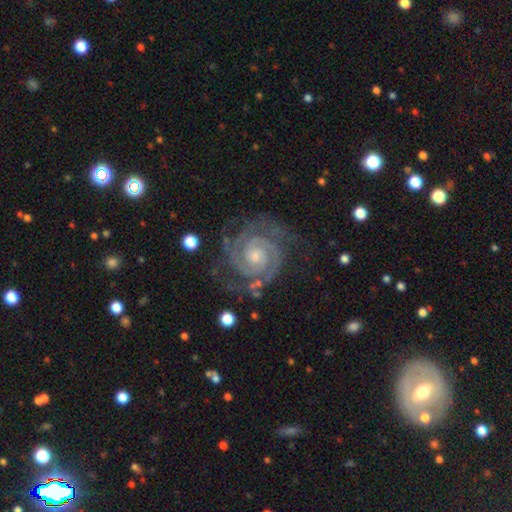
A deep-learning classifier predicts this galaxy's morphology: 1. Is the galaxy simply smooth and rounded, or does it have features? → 93% featured or disk, 4% star or artifact, 3% smooth.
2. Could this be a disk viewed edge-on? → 98% no, 2% yes.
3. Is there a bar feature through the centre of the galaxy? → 69% no, 23% weak, 7% strong.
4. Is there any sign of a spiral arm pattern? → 99% yes, 1% no.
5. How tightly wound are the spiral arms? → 80% tight, 18% medium, 2% loose.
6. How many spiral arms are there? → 77% 2, 11% 3, 5% can't tell, 3% 4, 2% more than 4, 2% 1.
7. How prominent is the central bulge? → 60% small, 34% moderate, 3% none, 2% large, 1% dominant.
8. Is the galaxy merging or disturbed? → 74% none, 17% minor disturbance, 7% major disturbance, 2% merger.